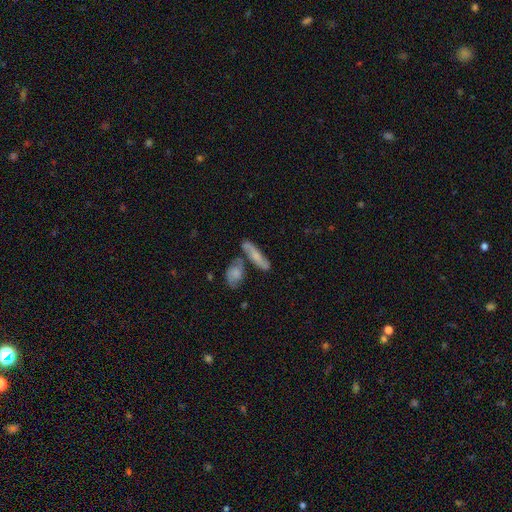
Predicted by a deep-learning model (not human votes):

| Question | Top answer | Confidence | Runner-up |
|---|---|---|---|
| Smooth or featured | smooth | 50% | featured or disk (41%) |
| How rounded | cigar-shaped | 69% | in between (28%) |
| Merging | none | 55% | merger (23%) |